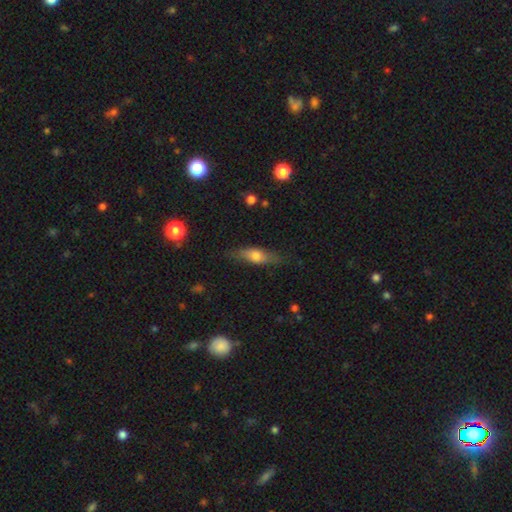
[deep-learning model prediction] This appears to be a smooth galaxy with no disk features (61%) that is in between round and cigar-shaped (54%). Merging: none (77%).